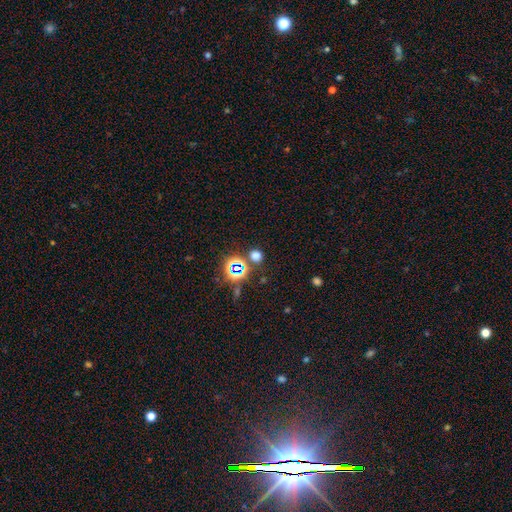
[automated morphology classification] Smooth or featured?
  - smooth: 57% *
  - star or artifact: 37%
  - featured or disk: 6%
How rounded?
  - round: 82% *
  - in between: 17%
  - cigar-shaped: 1%
Merging?
  - none: 77% *
  - merger: 10%
  - minor disturbance: 9%
  - major disturbance: 4%